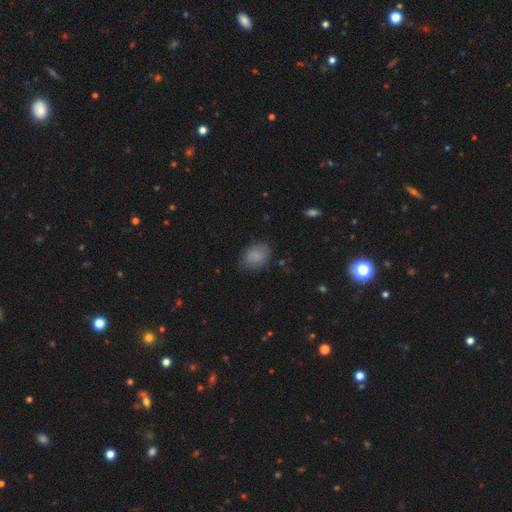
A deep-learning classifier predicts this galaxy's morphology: Smooth or featured?
  - smooth: 83% *
  - featured or disk: 8%
  - star or artifact: 8%
How rounded?
  - in between: 72% *
  - round: 27%
  - cigar-shaped: 1%
Merging?
  - none: 76% *
  - minor disturbance: 18%
  - major disturbance: 4%
  - merger: 1%